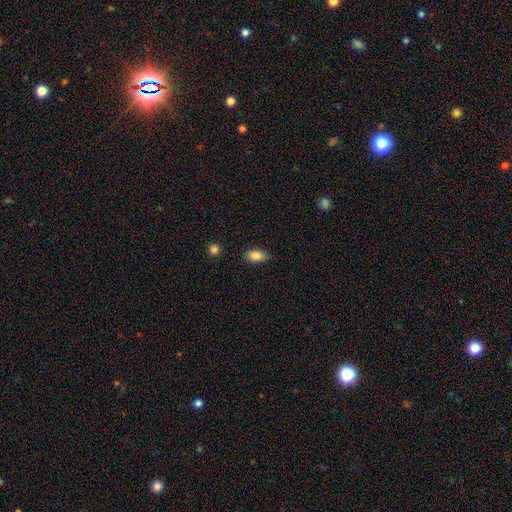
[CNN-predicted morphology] A smooth galaxy with no disk features (84%) that is in between round and cigar-shaped (90%).

Vote fractions:
- Smooth or featured? smooth: 84% / featured or disk: 8% / star or artifact: 8%
- How rounded? in between: 90% / cigar-shaped: 6% / round: 4%
- Merging? none: 81% / minor disturbance: 15% / major disturbance: 2% / merger: 1%